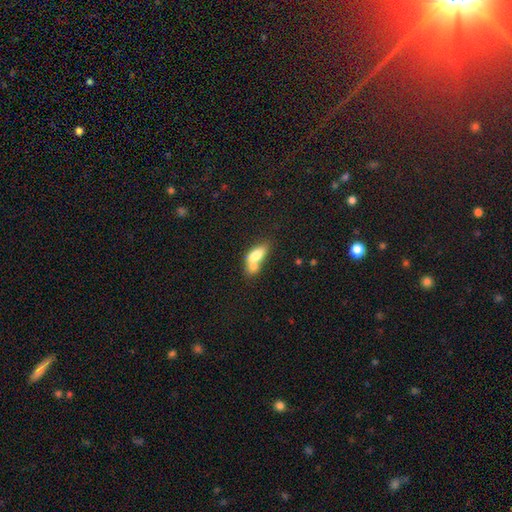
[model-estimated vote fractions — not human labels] Overall: smooth (74%). How rounded: in between (77%). Merging: merger (61%; none 23%).